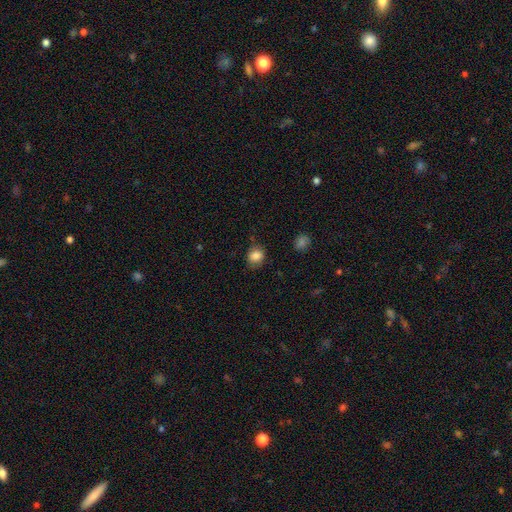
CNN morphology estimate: Smooth or featured: smooth — 85% (star or artifact — 10%)
How rounded: round — 74% (in between — 25%)
Merging: none — 79% (minor disturbance — 16%)